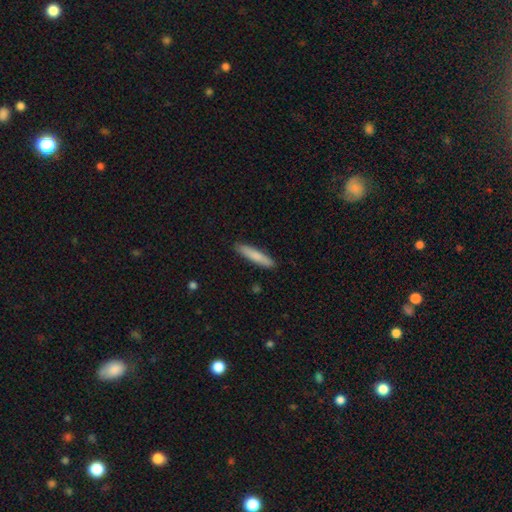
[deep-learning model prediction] smooth_or_featured: smooth (p=0.79) [alt: featured or disk p=0.15]
how_rounded: cigar-shaped (p=0.90) [alt: in between p=0.09]
merging: none (p=0.90) [alt: minor disturbance p=0.07]